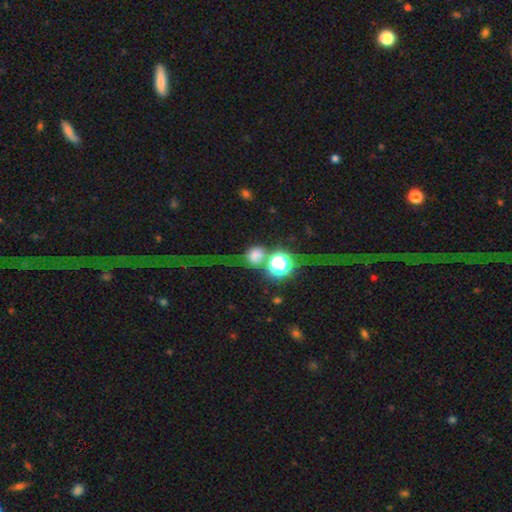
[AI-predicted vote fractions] The model was most divided on "merging": none: 45%, merger: 26%, major disturbance: 17%, minor disturbance: 12%. More confident: how rounded — round (78%); smooth or featured — smooth (66%).